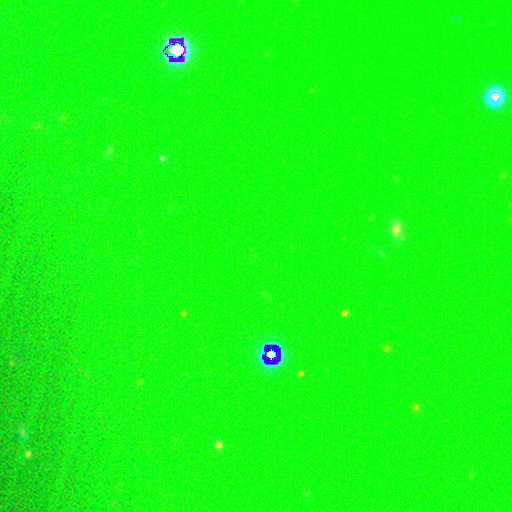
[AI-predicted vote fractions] This is likely a star or artifact rather than a galaxy (76%).